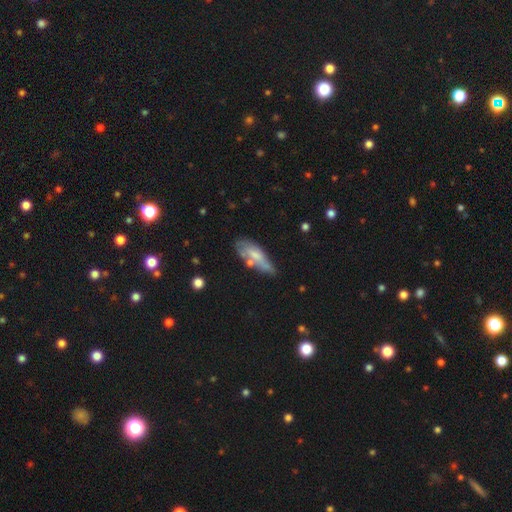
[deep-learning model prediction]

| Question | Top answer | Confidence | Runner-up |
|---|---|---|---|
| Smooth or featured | smooth | 58% | featured or disk (35%) |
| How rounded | in between | 61% | cigar-shaped (37%) |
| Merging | none | 44% | minor disturbance (30%) |